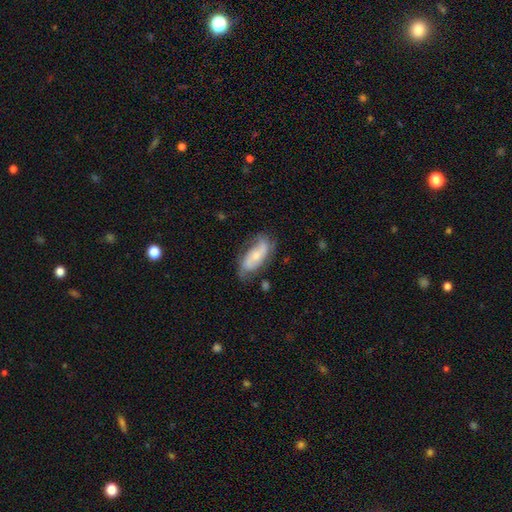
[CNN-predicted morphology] This appears to be a featured or disk galaxy (57%) with no bar (63%), spiral arms (81%) and a small central bulge (52%). Merging: none (61%).